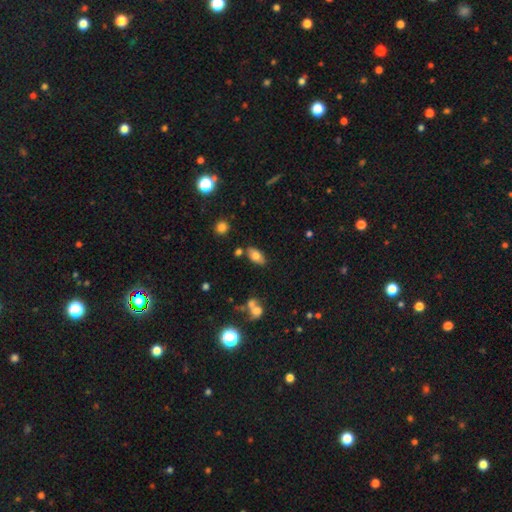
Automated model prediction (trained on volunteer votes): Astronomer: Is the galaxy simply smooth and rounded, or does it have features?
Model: smooth — 76%.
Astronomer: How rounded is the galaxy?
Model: in between — 91%.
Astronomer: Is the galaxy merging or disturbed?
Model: none — 75%.